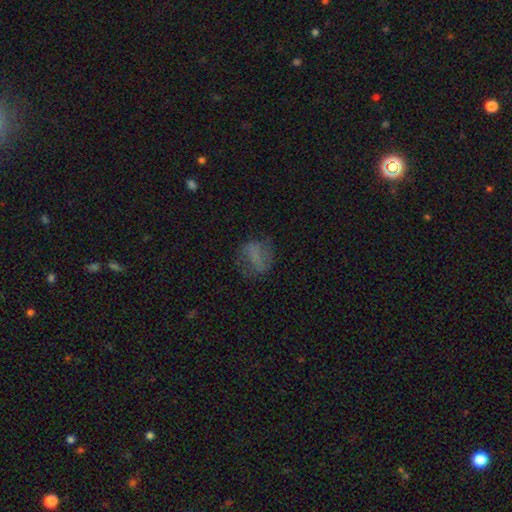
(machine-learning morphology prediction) Smooth or featured: smooth — 53% (featured or disk — 32%)
How rounded: in between — 52% (round — 45%)
Merging: none — 62% (minor disturbance — 20%)